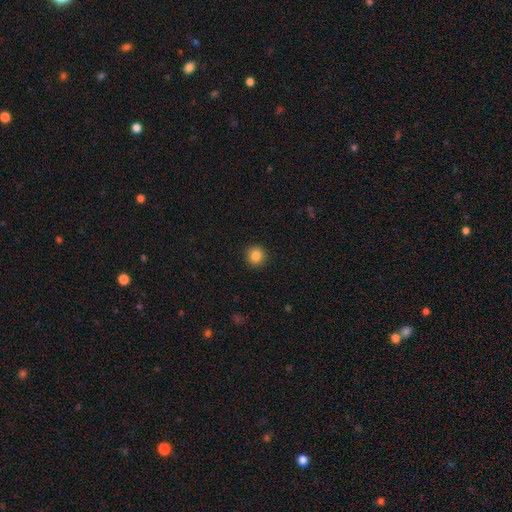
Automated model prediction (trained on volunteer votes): Smooth or featured? Predicted: smooth (p=0.84). How rounded? Predicted: round (p=0.94). Merging? Predicted: none (p=0.93).